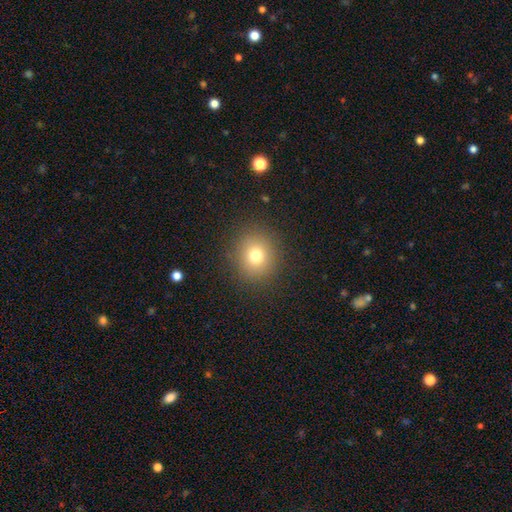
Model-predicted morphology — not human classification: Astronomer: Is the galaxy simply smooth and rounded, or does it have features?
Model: smooth — 76%.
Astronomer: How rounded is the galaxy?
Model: round — 85%.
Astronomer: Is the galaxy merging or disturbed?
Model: none — 89%.